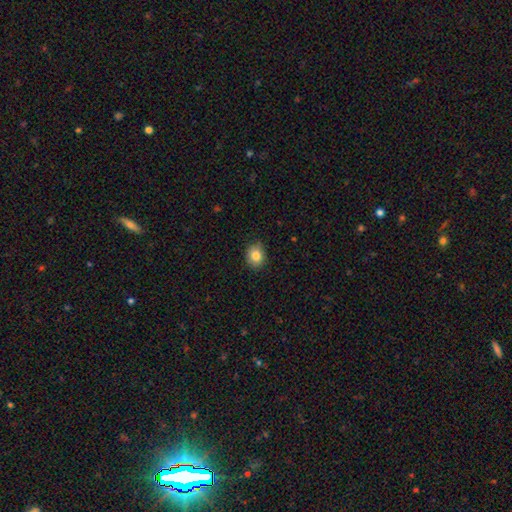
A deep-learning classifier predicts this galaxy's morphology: The model was most divided on "how rounded": round: 60%, in between: 39%, cigar-shaped: 1%. More confident: merging — none (84%); smooth or featured — smooth (84%).